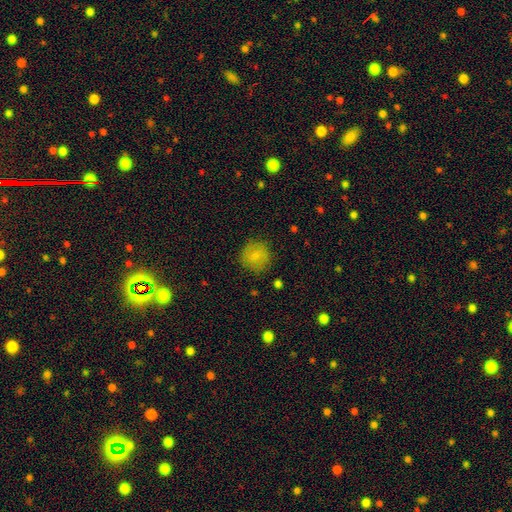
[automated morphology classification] Smooth or featured? smooth (80%)
How rounded? round (91%)
Merging? none (84%)